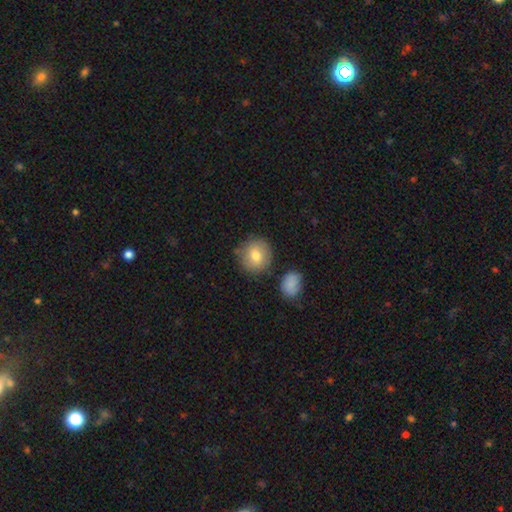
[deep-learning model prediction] Q: Smooth or featured?
A: smooth (78%); runner-up: featured or disk (14%)
Q: How rounded?
A: round (90%); runner-up: in between (9%)
Q: Merging?
A: none (77%); runner-up: minor disturbance (13%)